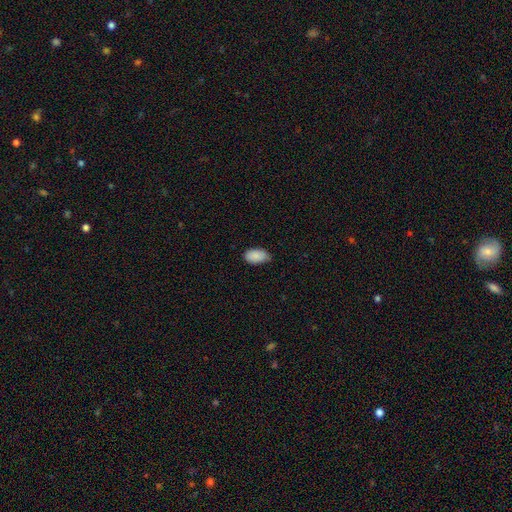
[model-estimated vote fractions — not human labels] Smooth or featured?
  - smooth: 89% *
  - star or artifact: 7%
  - featured or disk: 4%
How rounded?
  - in between: 94% *
  - round: 4%
  - cigar-shaped: 2%
Merging?
  - none: 73% *
  - minor disturbance: 23%
  - major disturbance: 3%
  - merger: 1%